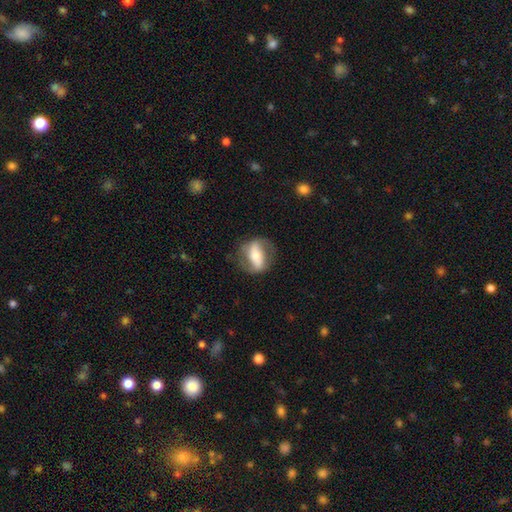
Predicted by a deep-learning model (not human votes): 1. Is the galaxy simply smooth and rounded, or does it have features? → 63% featured or disk, 31% smooth, 6% star or artifact.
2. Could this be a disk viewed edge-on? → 85% no, 15% yes.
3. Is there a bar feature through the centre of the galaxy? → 62% strong, 20% weak, 17% no.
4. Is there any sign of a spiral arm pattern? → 66% yes, 34% no.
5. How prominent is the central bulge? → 55% moderate, 27% small, 13% large, 3% dominant, 2% none.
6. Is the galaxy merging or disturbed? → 75% none, 16% minor disturbance, 8% major disturbance, 1% merger.